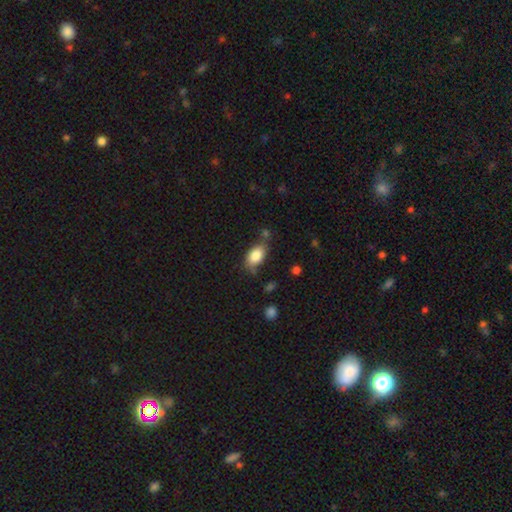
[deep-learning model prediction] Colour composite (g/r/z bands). It shows a smooth galaxy with no disk features (84%) that is in between round and cigar-shaped (91%). Merging: none (67%).